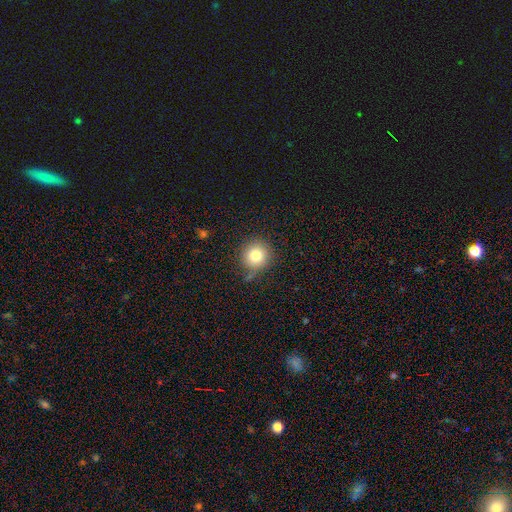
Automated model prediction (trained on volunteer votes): smooth_or_featured: smooth (p=0.81) [alt: star or artifact p=0.11]
how_rounded: round (p=0.92) [alt: in between p=0.07]
merging: none (p=0.77) [alt: minor disturbance p=0.16]